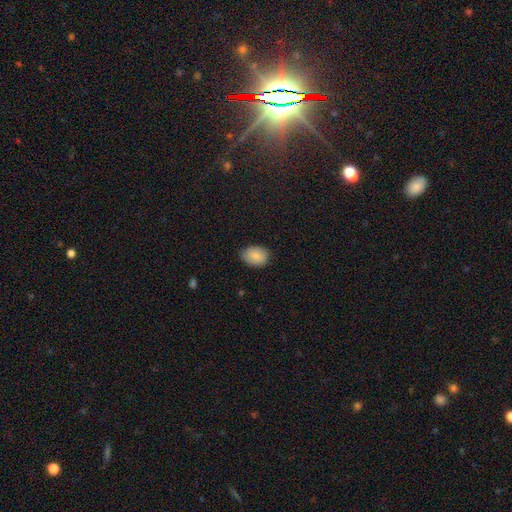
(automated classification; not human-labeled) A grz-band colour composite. It shows a smooth galaxy with no disk features (88%) that is in between round and cigar-shaped (77%). Merging: none (80%).